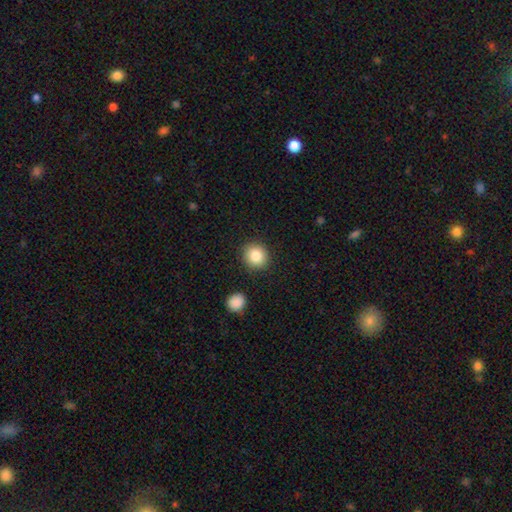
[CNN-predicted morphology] This is clearly a smooth galaxy (86%). How rounded: clearly round (89%). Merging: clearly none (88%).